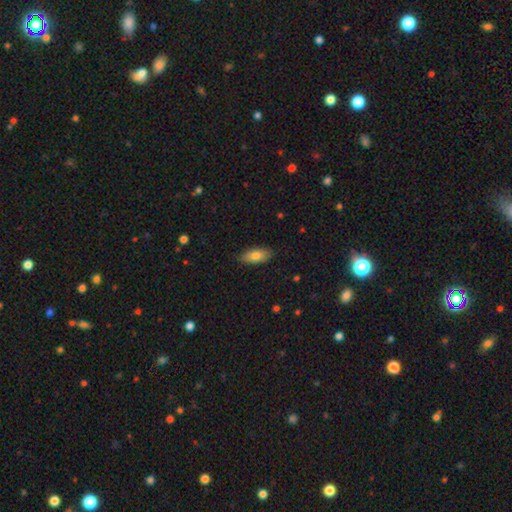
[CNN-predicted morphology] Q: Smooth or featured?
A: smooth (78%); runner-up: featured or disk (15%)
Q: How rounded?
A: in between (86%); runner-up: cigar-shaped (11%)
Q: Merging?
A: none (87%); runner-up: minor disturbance (10%)